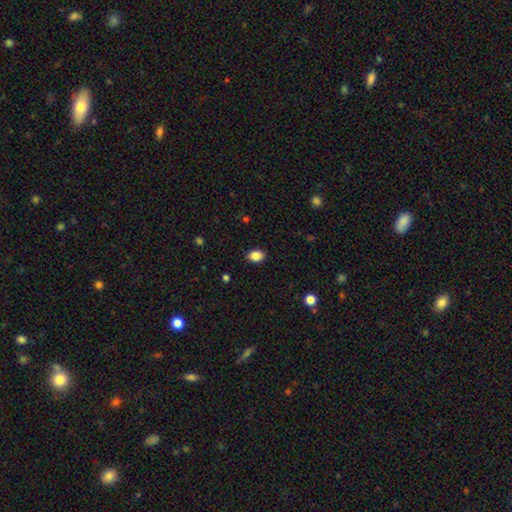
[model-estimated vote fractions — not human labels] Morphology: type=smooth (87%); roundness=in between (75%); merging=none (88%).